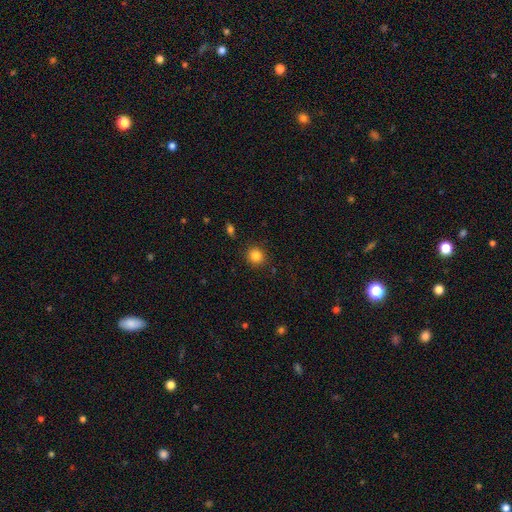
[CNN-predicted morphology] smooth_or_featured: smooth (p=0.84) [alt: star or artifact p=0.11]
how_rounded: round (p=0.90) [alt: in between p=0.09]
merging: none (p=0.89) [alt: minor disturbance p=0.07]